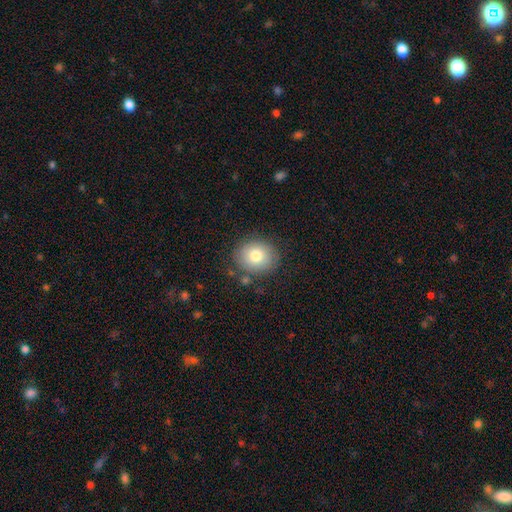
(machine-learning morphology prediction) Overall: smooth (77%). How rounded: round (70%). Merging: none (82%).